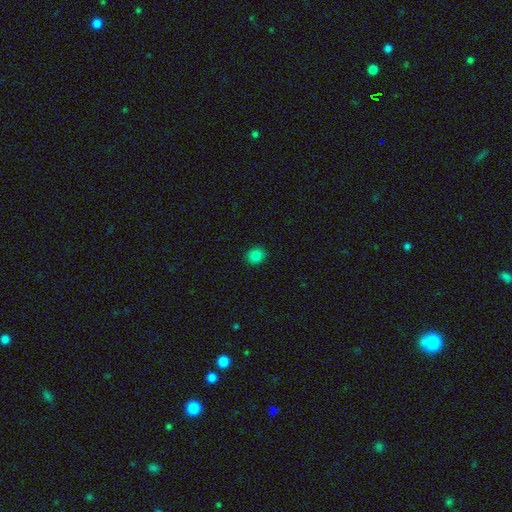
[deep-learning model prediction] This appears to be a smooth galaxy with no disk features (83%) that is round (81%). Merging: none (92%).